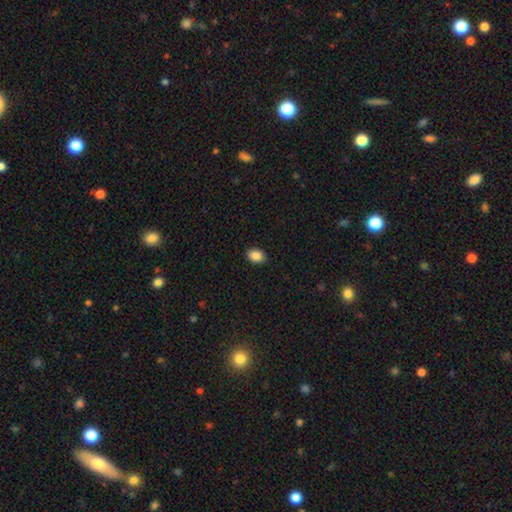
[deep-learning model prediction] Smooth or featured? smooth (88%)
How rounded? in between (78%)
Merging? none (90%)